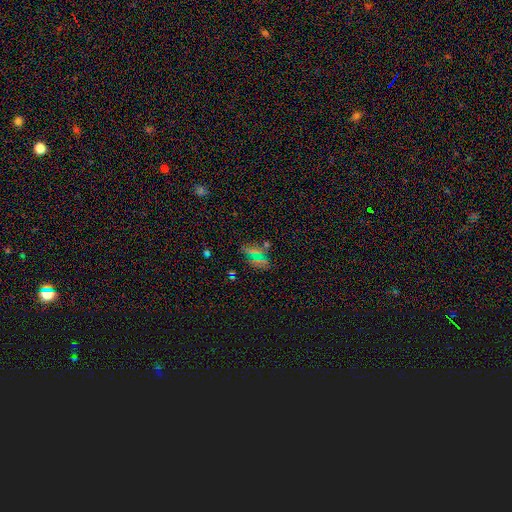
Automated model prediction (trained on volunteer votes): Smooth or featured: smooth — 55% (star or artifact — 35%)
How rounded: in between — 66% (round — 22%)
Merging: none — 70% (minor disturbance — 16%)